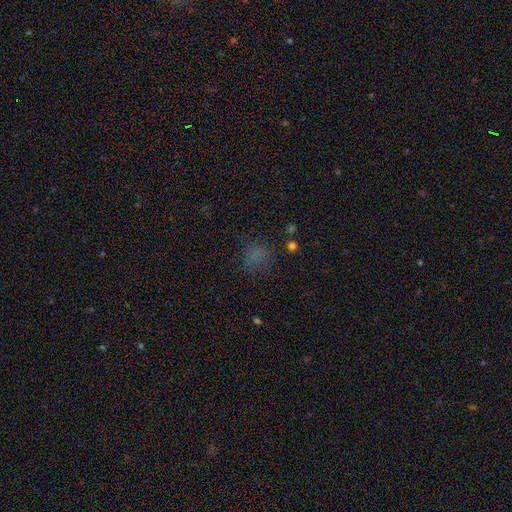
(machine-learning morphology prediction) Smooth or featured? Predicted: smooth (p=0.61). How rounded? Predicted: round (p=0.74). Merging? Predicted: none (p=0.67).